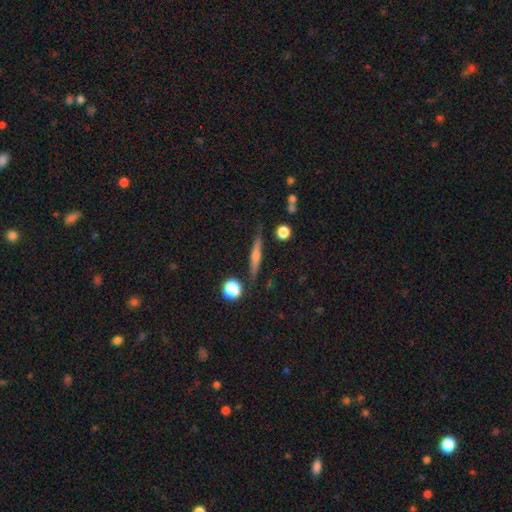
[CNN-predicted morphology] A featured or disk galaxy (54%) viewed edge-on (96%) with a rounded central bulge (68%).

Vote fractions:
- Smooth or featured? featured or disk: 54% / smooth: 37% / star or artifact: 9%
- Edge-on disk? yes: 96% / no: 4%
- Edge-on bulge? rounded: 68% / none: 21% / boxy: 11%
- Merging? none: 86% / minor disturbance: 10% / major disturbance: 2% / merger: 2%